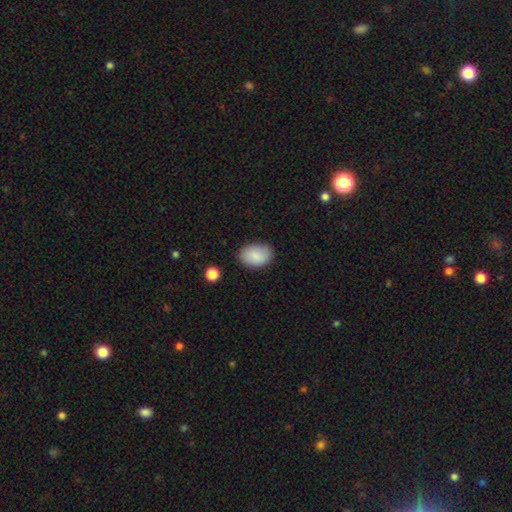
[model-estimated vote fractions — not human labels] The model was most divided on "how rounded": in between: 86%, round: 13%, cigar-shaped: 1%. More confident: smooth or featured — smooth (88%); merging — none (85%).